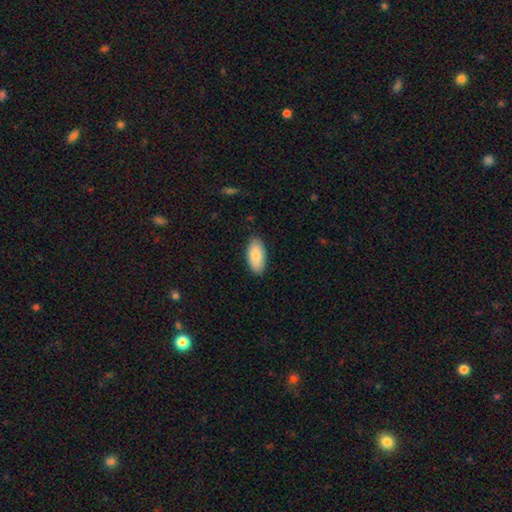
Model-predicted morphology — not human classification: A smooth galaxy with no disk features (84%) that is in between round and cigar-shaped (91%). Merging: none (86%).